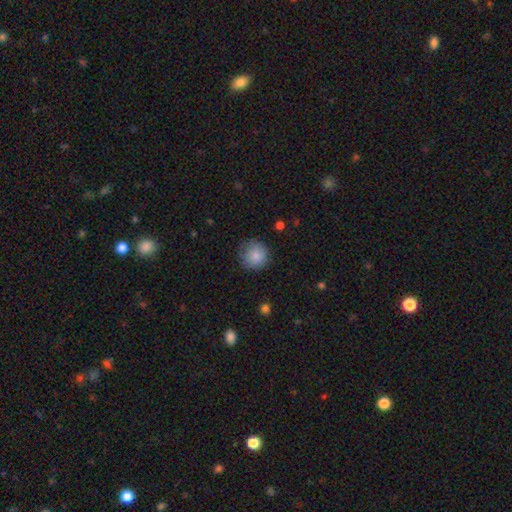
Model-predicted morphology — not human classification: smooth_or_featured: smooth (p=0.84) [alt: star or artifact p=0.08]
how_rounded: round (p=0.92) [alt: in between p=0.07]
merging: none (p=0.75) [alt: minor disturbance p=0.19]